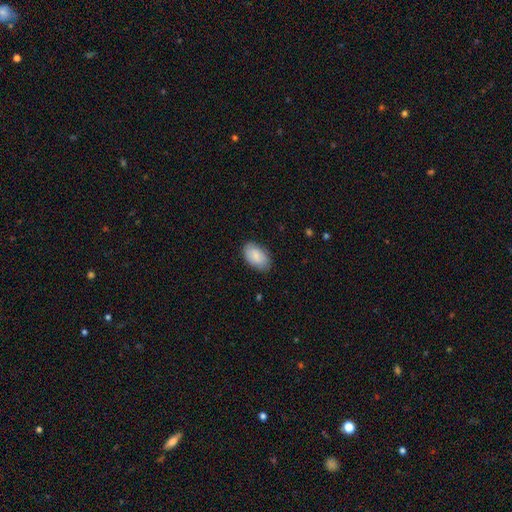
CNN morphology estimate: Smooth or featured? Predicted: smooth (p=0.84). How rounded? Predicted: in between (p=0.94). Merging? Predicted: none (p=0.81).